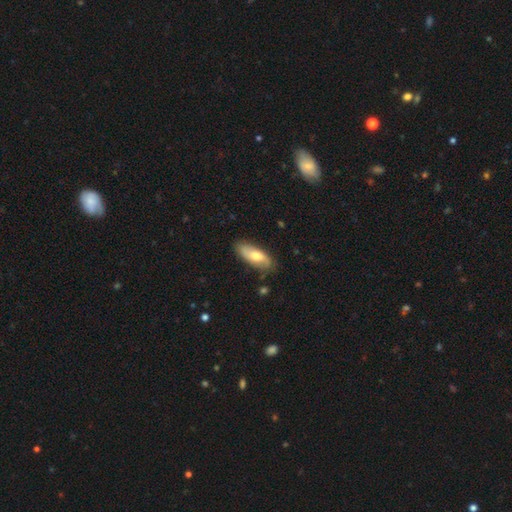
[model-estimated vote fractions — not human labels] The model was most divided on "smooth or featured": smooth: 53%, featured or disk: 41%, star or artifact: 6%. More confident: merging — none (79%); how rounded — in between (76%).